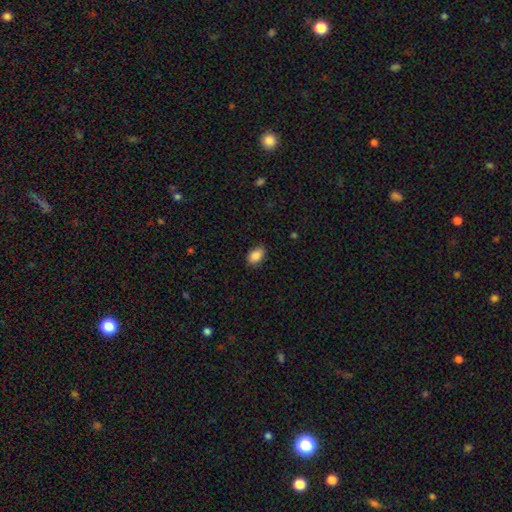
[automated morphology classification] smooth_or_featured: smooth (p=0.88) [alt: star or artifact p=0.08]
how_rounded: in between (p=0.85) [alt: round p=0.13]
merging: none (p=0.81) [alt: minor disturbance p=0.15]